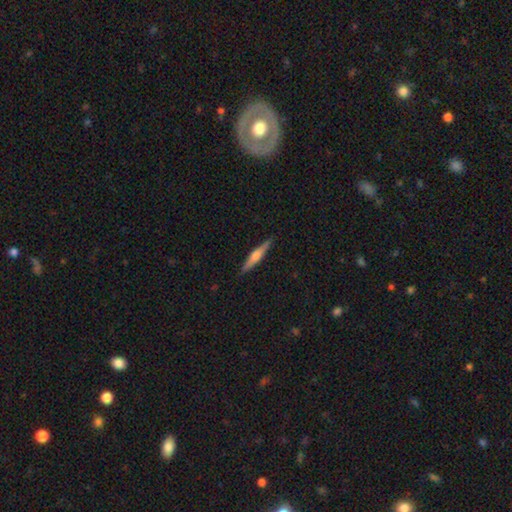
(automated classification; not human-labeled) Smooth or featured: featured or disk — 54% (smooth — 40%)
Edge-on disk: yes — 97% (no — 3%)
Edge-on bulge: rounded — 74% (boxy — 15%)
Merging: none — 90% (minor disturbance — 8%)